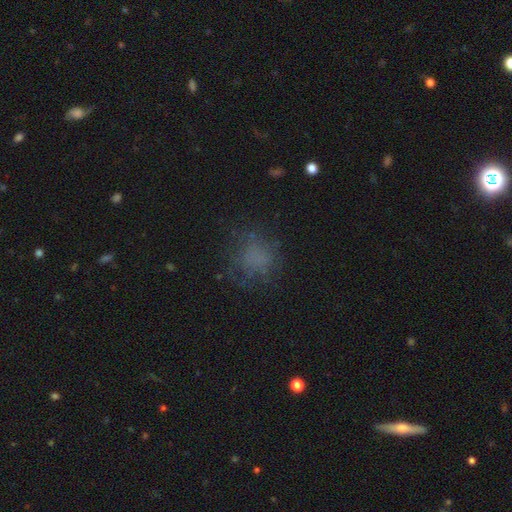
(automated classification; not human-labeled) smooth_or_featured: smooth (p=0.62) [alt: star or artifact p=0.22]
how_rounded: round (p=0.77) [alt: in between p=0.21]
merging: none (p=0.68) [alt: minor disturbance p=0.17]